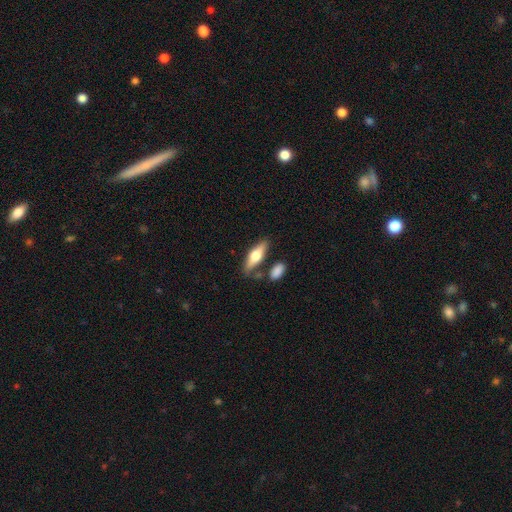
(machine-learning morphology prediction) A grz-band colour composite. It shows a smooth galaxy with no disk features (55%) that is in between round and cigar-shaped (51%). Merging: none (71%).